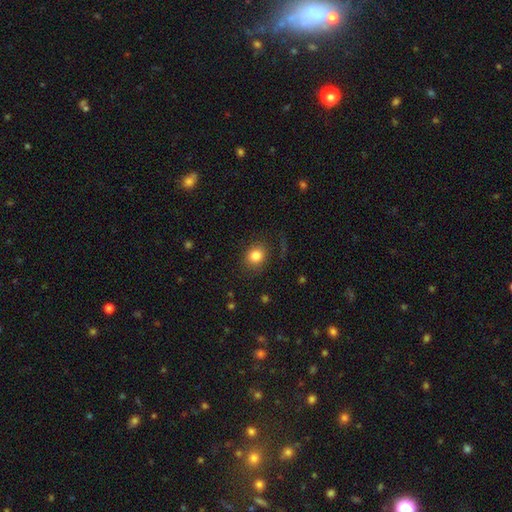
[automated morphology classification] The model was most divided on "how rounded": round: 70%, in between: 29%, cigar-shaped: 1%. More confident: smooth or featured — smooth (83%); merging — none (82%).